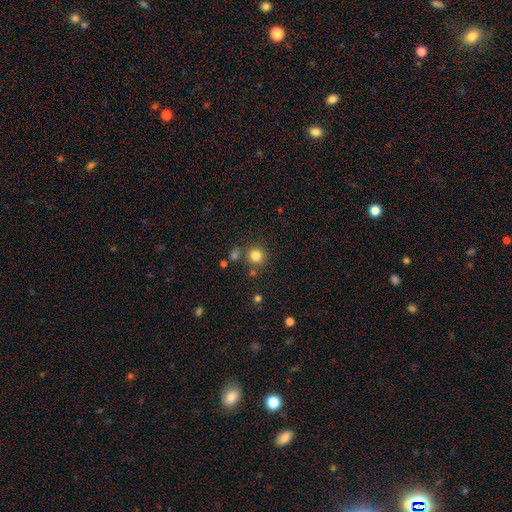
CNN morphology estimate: type=smooth (81%); roundness=round (93%); merging=none (80%).